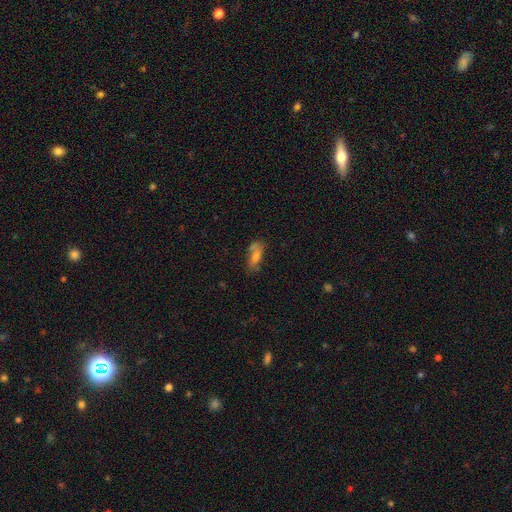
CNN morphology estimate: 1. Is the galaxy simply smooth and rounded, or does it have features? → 61% smooth, 25% featured or disk, 14% star or artifact.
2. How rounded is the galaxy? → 67% in between, 28% cigar-shaped, 4% round.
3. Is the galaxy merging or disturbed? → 55% none, 20% minor disturbance, 17% merger, 8% major disturbance.